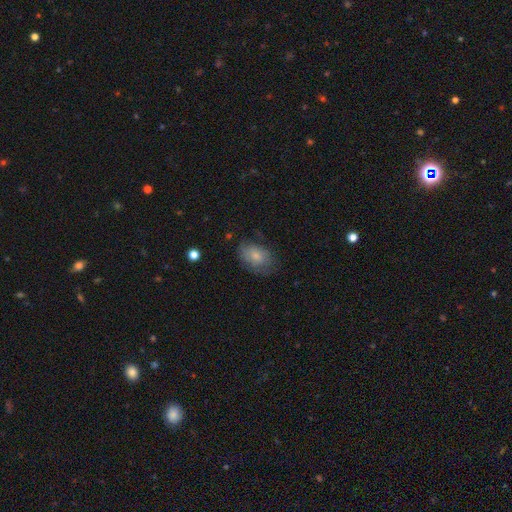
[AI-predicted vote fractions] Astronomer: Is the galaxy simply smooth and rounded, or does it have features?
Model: smooth — 71%.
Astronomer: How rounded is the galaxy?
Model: in between — 83%.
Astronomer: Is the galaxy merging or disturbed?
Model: none — 63%.